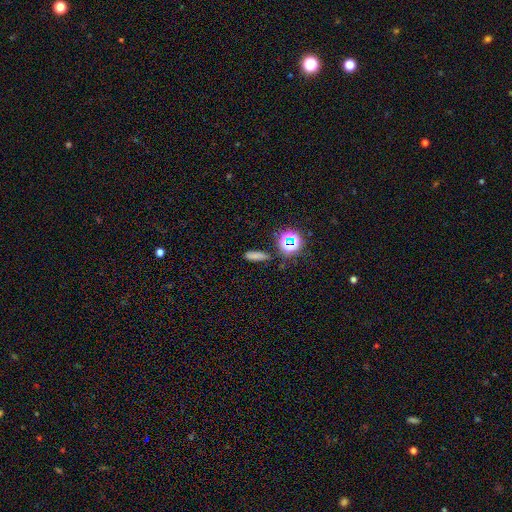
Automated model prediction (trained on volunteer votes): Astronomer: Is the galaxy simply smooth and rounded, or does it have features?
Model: smooth — 70%.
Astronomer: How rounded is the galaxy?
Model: cigar-shaped — 61%.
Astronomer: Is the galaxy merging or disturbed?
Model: none — 81%.